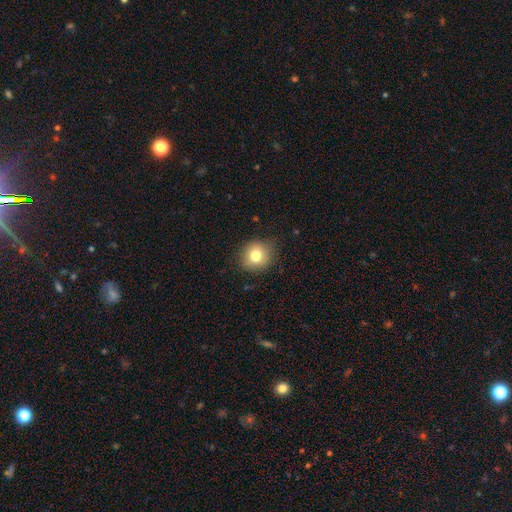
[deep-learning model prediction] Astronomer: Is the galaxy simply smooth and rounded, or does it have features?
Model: smooth — 78%.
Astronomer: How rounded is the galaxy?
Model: round — 82%.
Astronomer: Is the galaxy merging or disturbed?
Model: none — 85%.